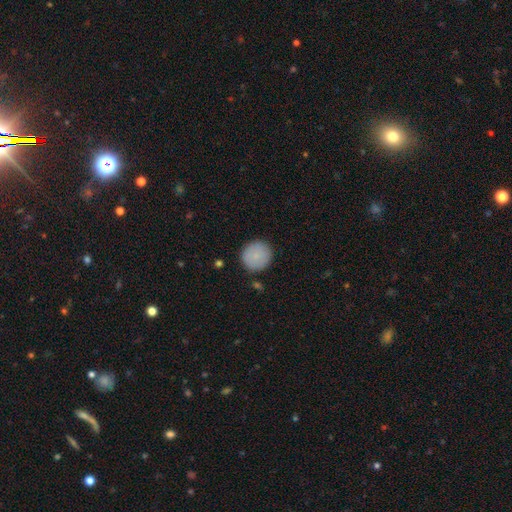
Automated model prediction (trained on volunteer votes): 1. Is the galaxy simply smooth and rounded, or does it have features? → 85% smooth, 8% featured or disk, 7% star or artifact.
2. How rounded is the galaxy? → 93% round, 6% in between, 1% cigar-shaped.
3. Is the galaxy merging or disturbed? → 87% none, 9% minor disturbance, 2% major disturbance, 2% merger.